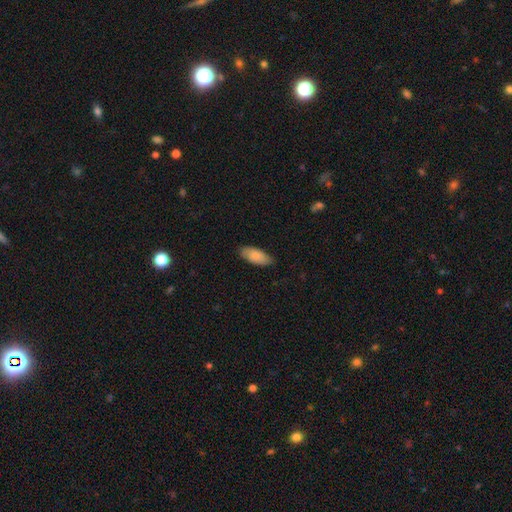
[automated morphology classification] Smooth or featured? smooth (81%)
How rounded? in between (85%)
Merging? none (80%)